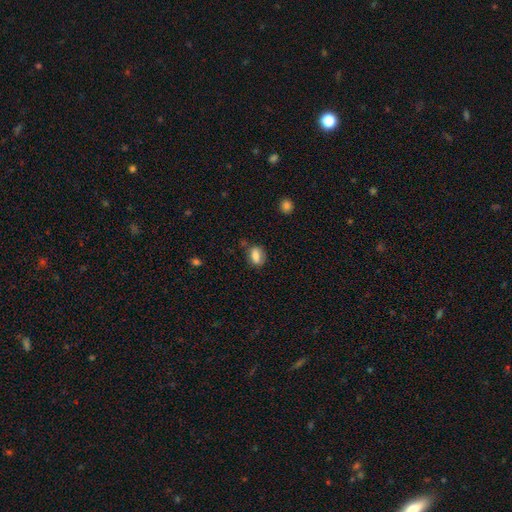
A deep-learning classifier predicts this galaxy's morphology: This is likely a smooth galaxy (79%). How rounded: likely in between (72%). Merging: likely none (72%).